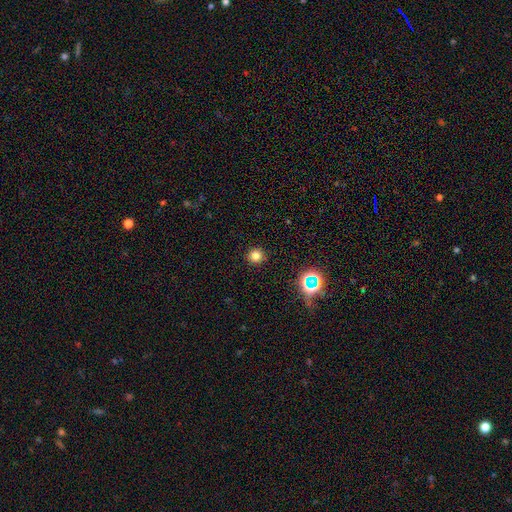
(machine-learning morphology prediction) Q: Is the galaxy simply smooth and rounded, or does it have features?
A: smooth — 78%.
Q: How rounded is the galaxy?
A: round — 95%.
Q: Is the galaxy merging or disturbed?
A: none — 92%.